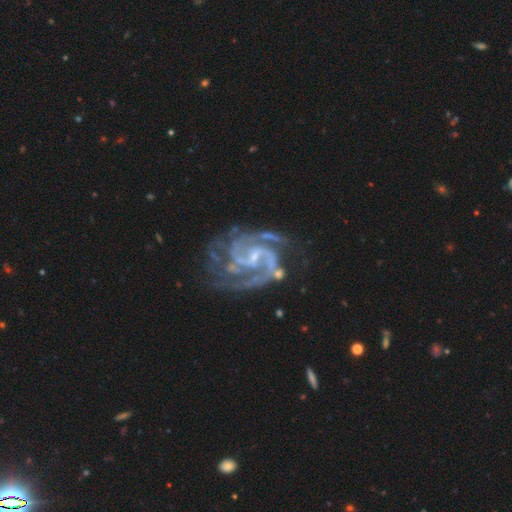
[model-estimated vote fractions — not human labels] smooth_or_featured: featured or disk (p=0.92) [alt: star or artifact p=0.06]
disk_edge_on: no (p=0.98) [alt: yes p=0.02]
bar: weak (p=0.50) [alt: no p=0.29]
has_spiral_arms: yes (p=0.98) [alt: no p=0.02]
spiral_winding: medium (p=0.49) [alt: tight p=0.41]
spiral_arm_count: 2 (p=0.46) [alt: 3 p=0.24]
bulge_size: small (p=0.66) [alt: moderate p=0.17]
merging: none (p=0.65) [alt: minor disturbance p=0.18]